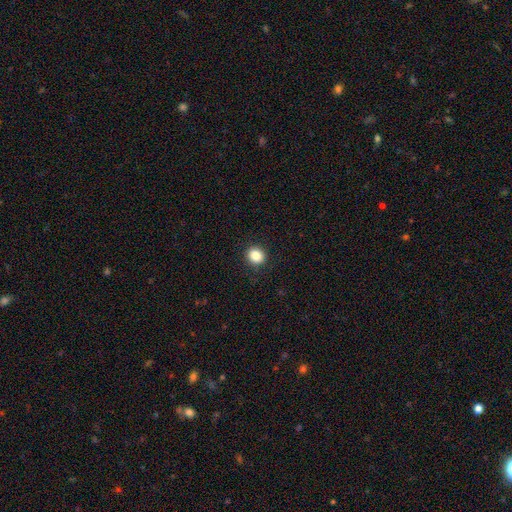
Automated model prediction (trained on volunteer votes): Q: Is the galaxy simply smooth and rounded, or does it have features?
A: smooth — 85%.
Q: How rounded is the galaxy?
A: round — 75%.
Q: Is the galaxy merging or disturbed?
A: none — 90%.